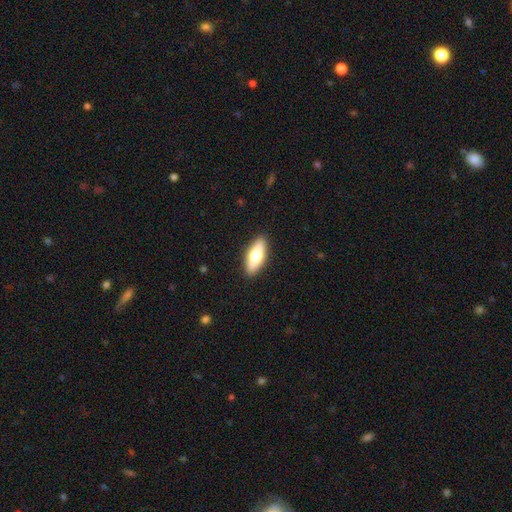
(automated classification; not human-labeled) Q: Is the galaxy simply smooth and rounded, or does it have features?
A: smooth — 69%.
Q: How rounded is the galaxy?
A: in between — 69%.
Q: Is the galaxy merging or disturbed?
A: none — 89%.